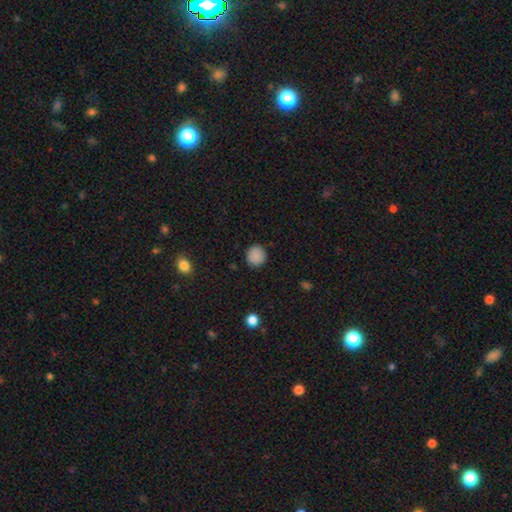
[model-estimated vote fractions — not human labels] smooth_or_featured: smooth (p=0.87) [alt: star or artifact p=0.10]
how_rounded: round (p=0.92) [alt: in between p=0.07]
merging: none (p=0.90) [alt: minor disturbance p=0.07]